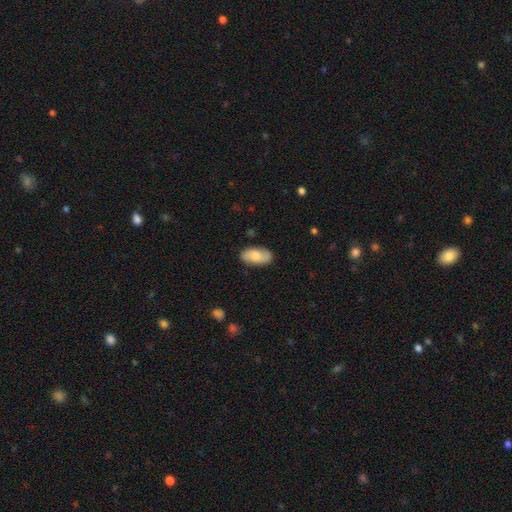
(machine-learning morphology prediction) smooth 65%, featured or disk 29%, star or artifact 6%. Down the decision tree: how rounded — in between (93%); merging — none (80%).